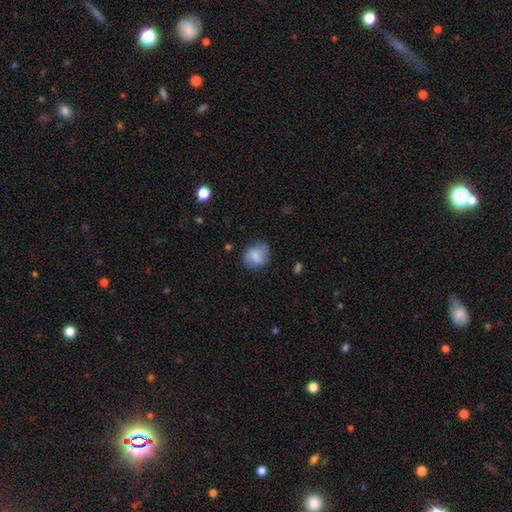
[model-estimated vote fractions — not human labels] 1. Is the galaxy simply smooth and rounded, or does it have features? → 75% smooth, 17% featured or disk, 8% star or artifact.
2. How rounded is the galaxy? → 60% round, 39% in between, 1% cigar-shaped.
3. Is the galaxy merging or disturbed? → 69% none, 22% minor disturbance, 7% major disturbance, 2% merger.